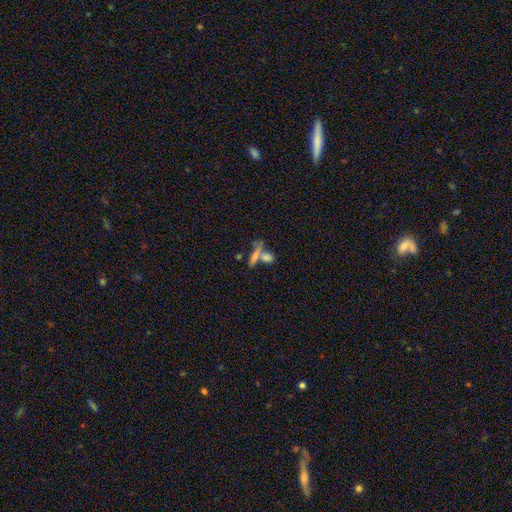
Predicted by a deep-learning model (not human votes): Overall: smooth (61%; featured or disk 26%). How rounded: cigar-shaped (58%; in between 33%). Merging: merger (48%; none 38%).